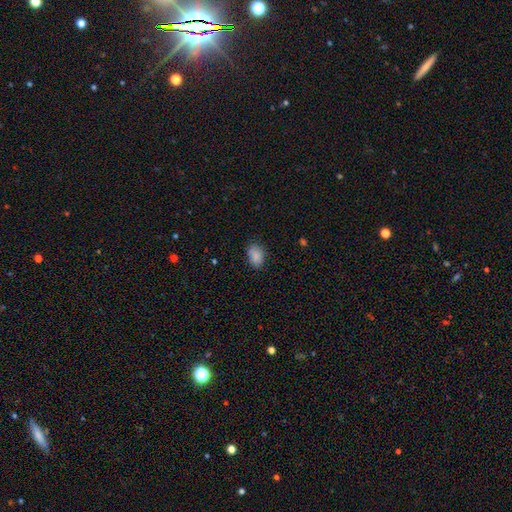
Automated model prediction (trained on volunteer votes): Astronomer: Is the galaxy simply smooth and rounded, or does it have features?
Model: smooth — 87%.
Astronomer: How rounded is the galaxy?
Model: in between — 84%.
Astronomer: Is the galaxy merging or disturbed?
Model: none — 79%.